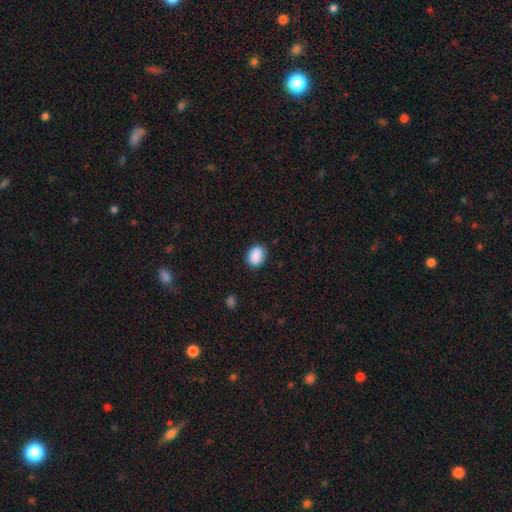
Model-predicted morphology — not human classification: Smooth or featured?
  - smooth: 90% *
  - star or artifact: 7%
  - featured or disk: 3%
How rounded?
  - in between: 59% *
  - round: 40%
  - cigar-shaped: 1%
Merging?
  - none: 86% *
  - minor disturbance: 10%
  - major disturbance: 2%
  - merger: 1%